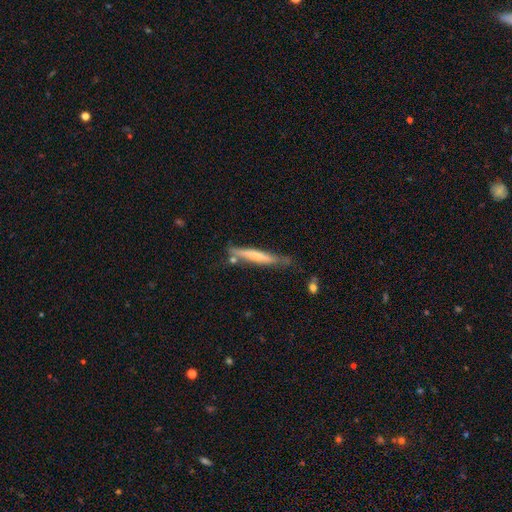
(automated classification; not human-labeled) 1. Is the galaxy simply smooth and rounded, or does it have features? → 50% smooth, 44% featured or disk, 6% star or artifact.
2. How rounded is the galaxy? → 95% cigar-shaped, 4% in between, 1% round.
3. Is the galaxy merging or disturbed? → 65% none, 23% minor disturbance, 7% merger, 5% major disturbance.